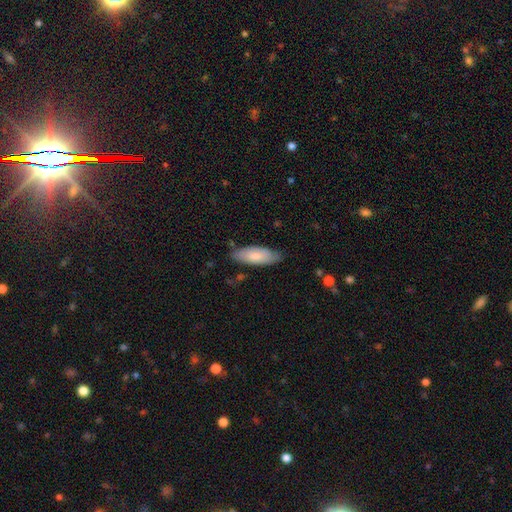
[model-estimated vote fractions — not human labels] Smooth or featured: smooth — 76% (featured or disk — 18%)
How rounded: in between — 71% (cigar-shaped — 27%)
Merging: none — 76% (minor disturbance — 19%)